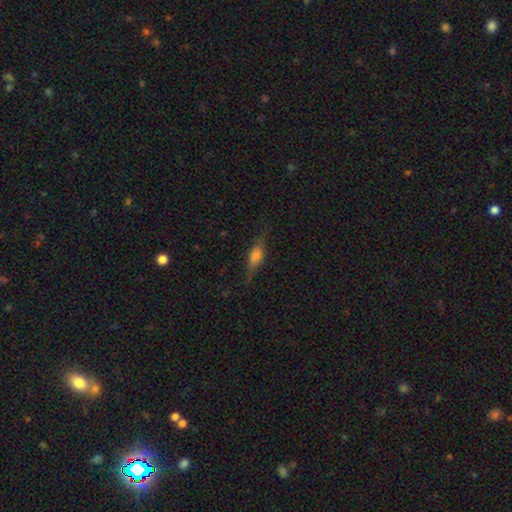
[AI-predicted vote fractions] Smooth or featured? smooth (48%)
Merging? none (75%)